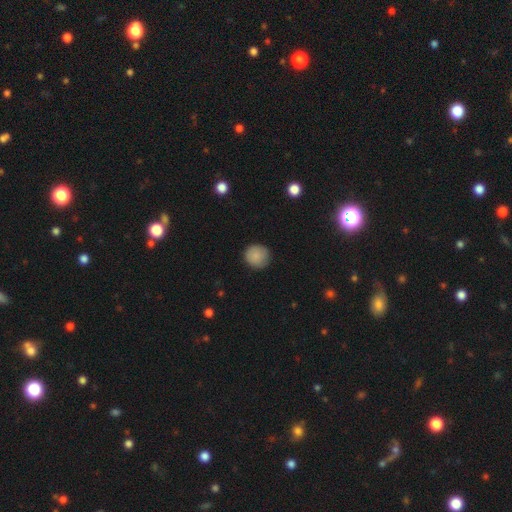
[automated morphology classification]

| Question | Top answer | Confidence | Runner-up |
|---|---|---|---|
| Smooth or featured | smooth | 87% | star or artifact (8%) |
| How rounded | round | 93% | in between (6%) |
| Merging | none | 86% | minor disturbance (10%) |